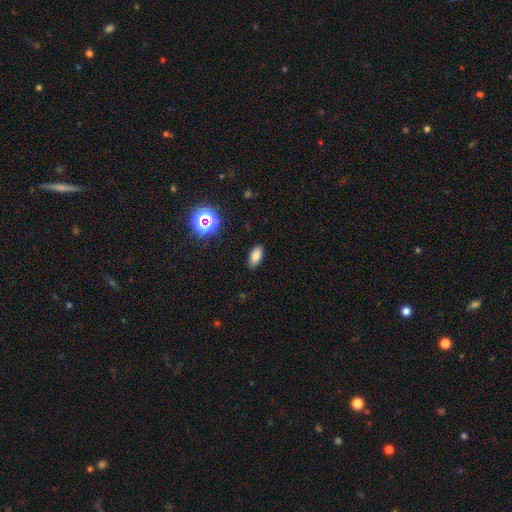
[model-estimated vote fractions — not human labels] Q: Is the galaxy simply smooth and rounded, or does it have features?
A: smooth — 81%.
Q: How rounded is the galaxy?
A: in between — 90%.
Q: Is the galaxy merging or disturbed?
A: none — 88%.